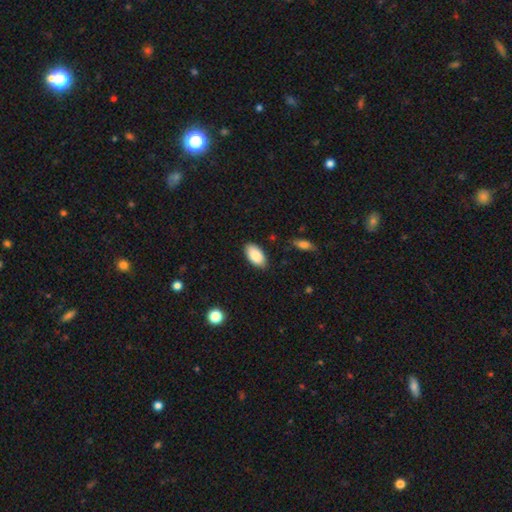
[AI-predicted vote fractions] This appears to be a smooth galaxy with no disk features (88%) that is in between round and cigar-shaped (95%). Merging: none (84%).